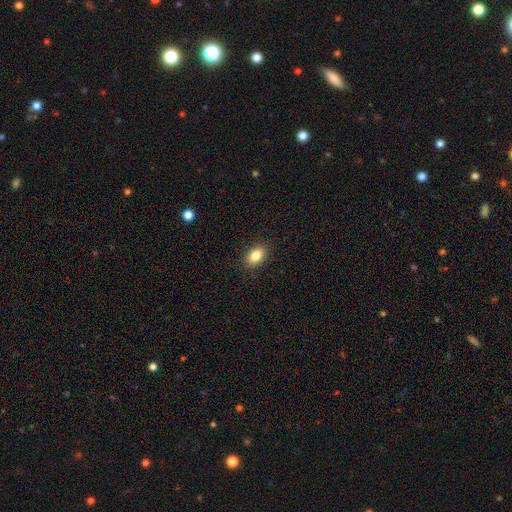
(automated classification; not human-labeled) smooth-or-featured: smooth: 83% | star or artifact: 9% | featured or disk: 8%
  how-rounded: in between: 84% | round: 14% | cigar-shaped: 2%
  merging: none: 89% | minor disturbance: 8% | major disturbance: 2% | merger: 1%